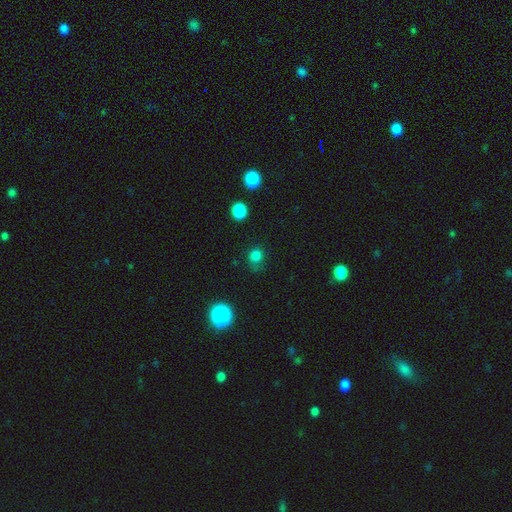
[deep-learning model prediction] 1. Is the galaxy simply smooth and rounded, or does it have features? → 78% smooth, 17% star or artifact, 5% featured or disk.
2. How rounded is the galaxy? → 82% round, 17% in between, 1% cigar-shaped.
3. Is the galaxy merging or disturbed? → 67% none, 22% minor disturbance, 9% major disturbance, 2% merger.